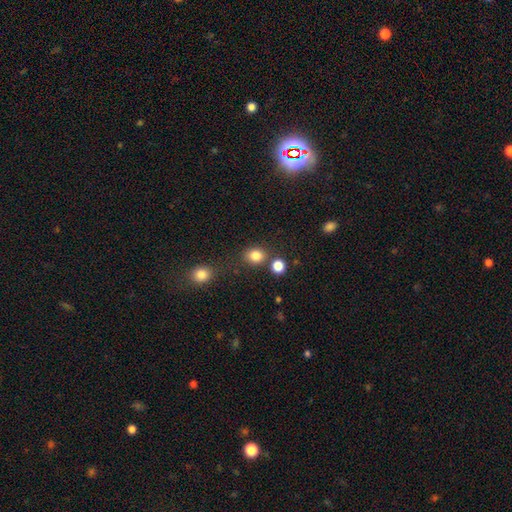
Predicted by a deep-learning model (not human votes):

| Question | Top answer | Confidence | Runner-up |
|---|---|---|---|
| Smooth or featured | smooth | 83% | star or artifact (12%) |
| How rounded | round | 66% | in between (33%) |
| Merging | none | 75% | merger (12%) |